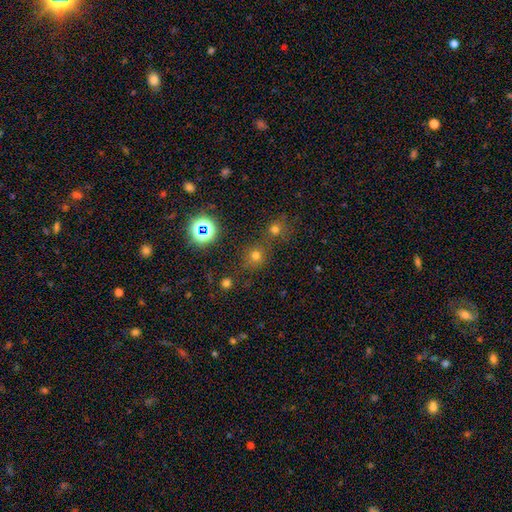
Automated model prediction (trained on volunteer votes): Smooth or featured? smooth (58%)
How rounded? round (85%)
Merging? none (68%)